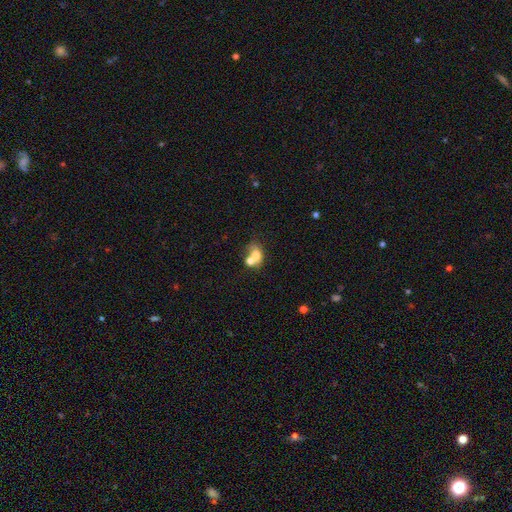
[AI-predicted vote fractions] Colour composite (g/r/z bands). It shows a smooth galaxy with no disk features (68%) that is in between round and cigar-shaped (55%). Merging: merger (55%).